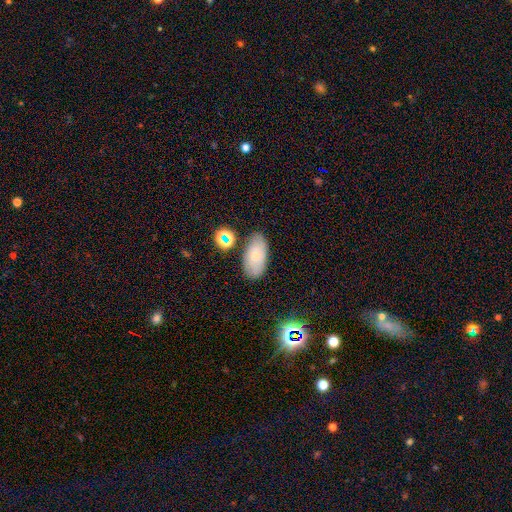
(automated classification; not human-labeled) A smooth galaxy with no disk features (62%) that is in between round and cigar-shaped (92%).

Vote fractions:
- Smooth or featured? smooth: 62% / featured or disk: 27% / star or artifact: 11%
- How rounded? in between: 92% / round: 5% / cigar-shaped: 3%
- Merging? none: 75% / minor disturbance: 17% / merger: 4% / major disturbance: 4%